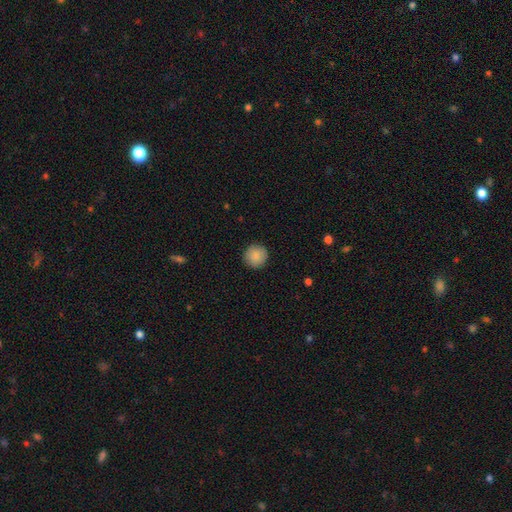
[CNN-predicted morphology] This appears to be a smooth galaxy with no disk features (89%) that is round (93%). Merging: none (91%).